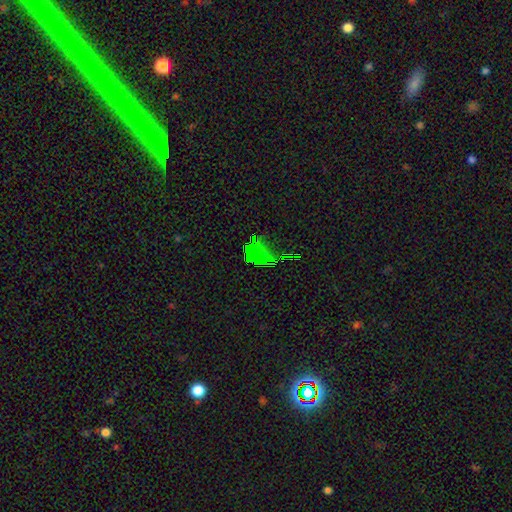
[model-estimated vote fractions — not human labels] smooth_or_featured: star or artifact (p=0.64) [alt: smooth p=0.24]